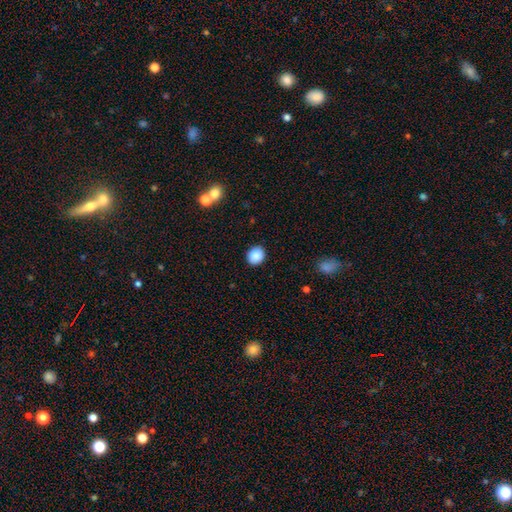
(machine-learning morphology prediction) smooth_or_featured: smooth (p=0.88) [alt: star or artifact p=0.09]
how_rounded: round (p=0.68) [alt: in between p=0.31]
merging: none (p=0.90) [alt: minor disturbance p=0.07]